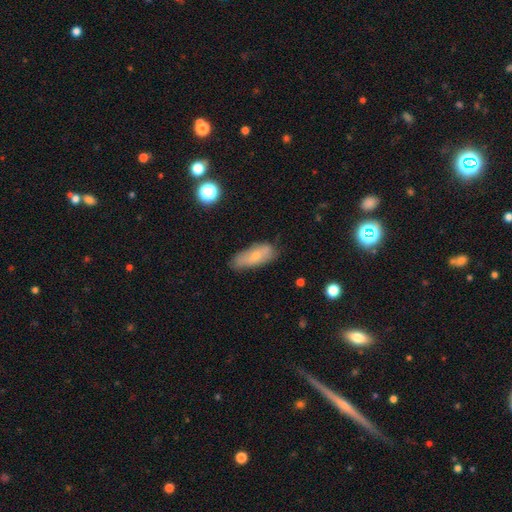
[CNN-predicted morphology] smooth_or_featured: smooth (p=0.64) [alt: featured or disk p=0.28]
how_rounded: in between (p=0.69) [alt: cigar-shaped p=0.28]
merging: none (p=0.71) [alt: minor disturbance p=0.22]